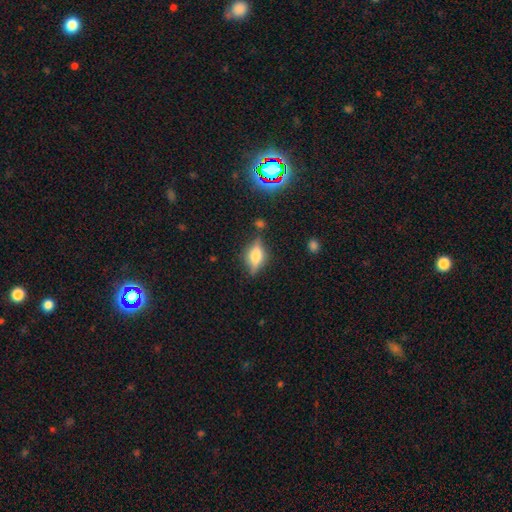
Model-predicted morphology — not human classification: Overall: featured or disk (47%; smooth 41%). Merging: none (74%).